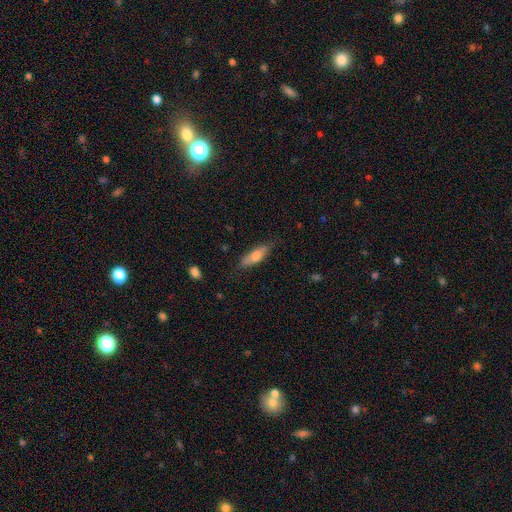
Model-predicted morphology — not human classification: Q: Smooth or featured?
A: smooth (70%); runner-up: featured or disk (24%)
Q: How rounded?
A: in between (55%); runner-up: cigar-shaped (43%)
Q: Merging?
A: none (73%); runner-up: minor disturbance (20%)